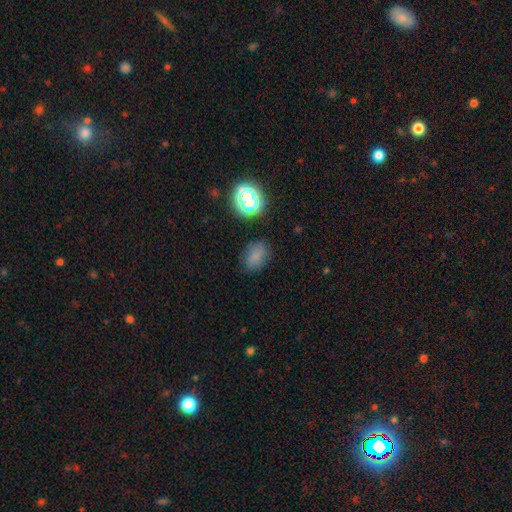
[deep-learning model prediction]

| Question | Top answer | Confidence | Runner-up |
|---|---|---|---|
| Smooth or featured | smooth | 73% | star or artifact (19%) |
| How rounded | in between | 73% | round (26%) |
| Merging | none | 75% | minor disturbance (17%) |